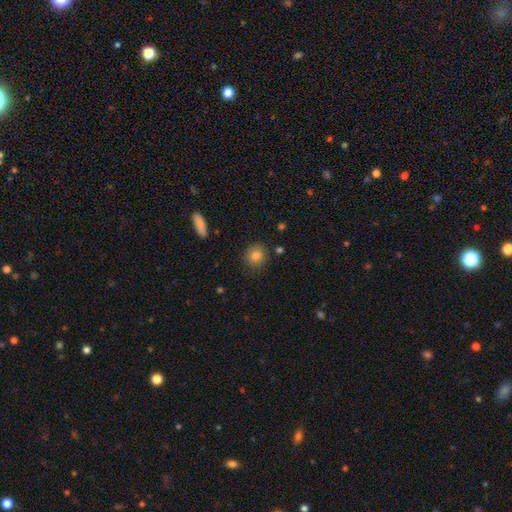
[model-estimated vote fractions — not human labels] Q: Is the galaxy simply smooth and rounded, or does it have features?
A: smooth — 83%.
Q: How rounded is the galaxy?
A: round — 83%.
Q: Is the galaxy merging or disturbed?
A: none — 85%.